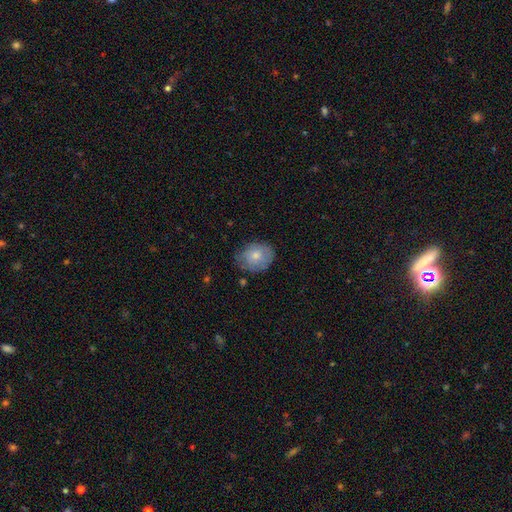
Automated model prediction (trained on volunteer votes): Morphology: type=smooth (73%); roundness=round (54%); merging=none (66%).